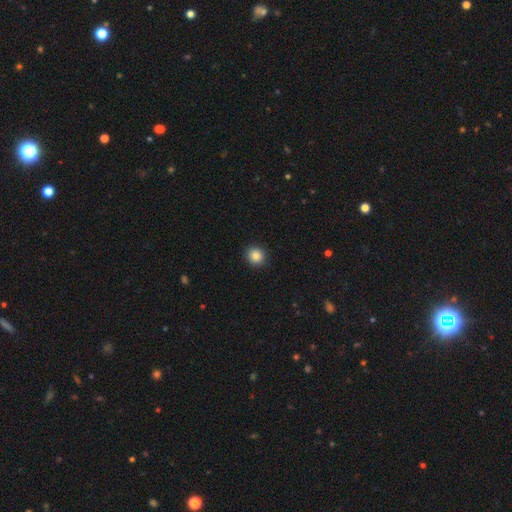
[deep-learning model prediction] The model was most divided on "smooth or featured": smooth: 85%, star or artifact: 10%, featured or disk: 5%. More confident: merging — none (92%); how rounded — round (89%).